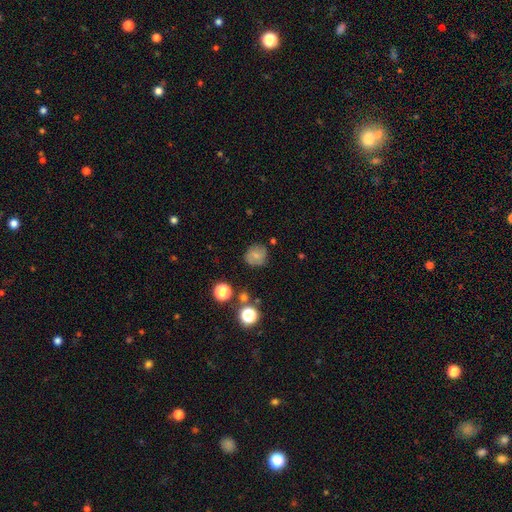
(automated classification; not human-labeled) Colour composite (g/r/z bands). It shows a smooth galaxy with no disk features (59%) that is round (83%). Merging: none (79%).